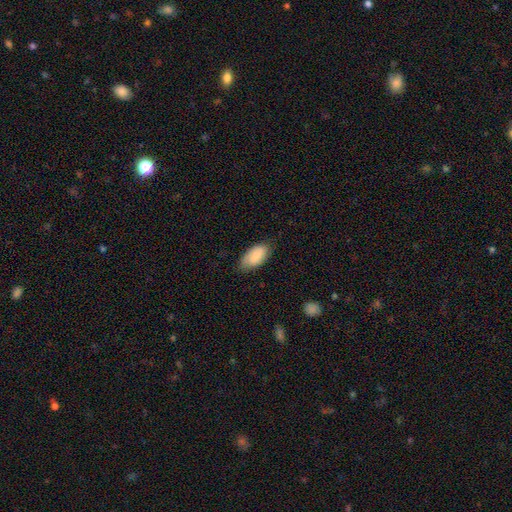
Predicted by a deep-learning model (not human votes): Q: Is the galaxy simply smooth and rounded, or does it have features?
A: smooth — 85%.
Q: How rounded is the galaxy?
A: in between — 94%.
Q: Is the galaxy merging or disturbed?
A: none — 72%.